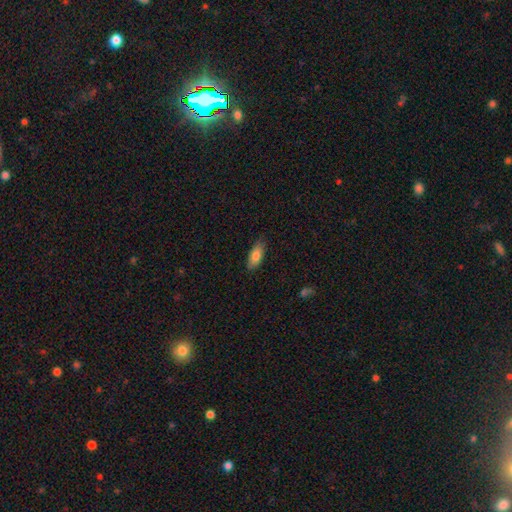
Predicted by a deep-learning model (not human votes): smooth 82%, featured or disk 12%, star or artifact 7%. Down the decision tree: how rounded — in between (78%); merging — none (84%).